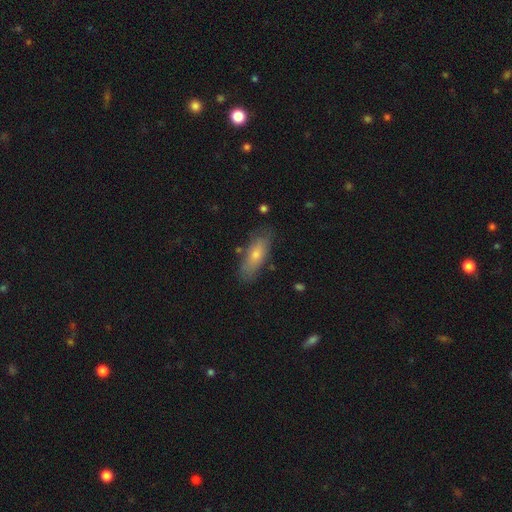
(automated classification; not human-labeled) Morphology: type=smooth (71%); roundness=in between (67%); merging=none (75%).